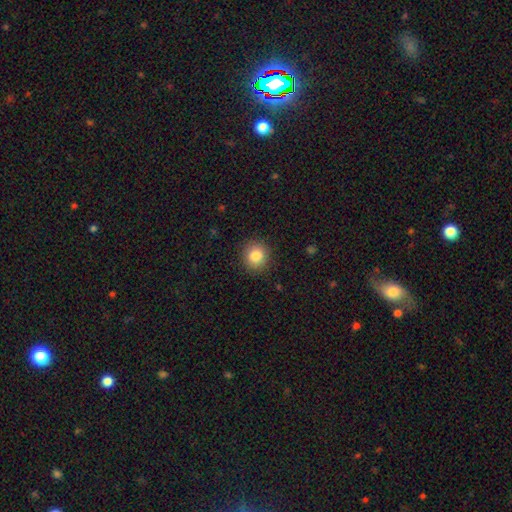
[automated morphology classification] smooth 84%, star or artifact 10%, featured or disk 6%. Down the decision tree: how rounded — round (87%); merging — none (90%).